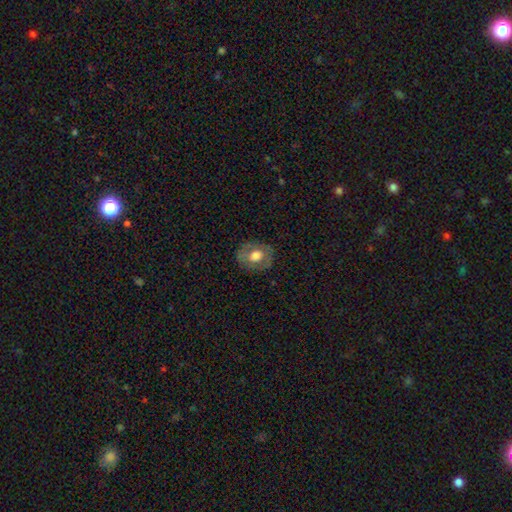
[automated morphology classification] smooth_or_featured: smooth (p=0.60) [alt: featured or disk p=0.32]
how_rounded: round (p=0.61) [alt: in between p=0.38]
merging: none (p=0.80) [alt: minor disturbance p=0.14]